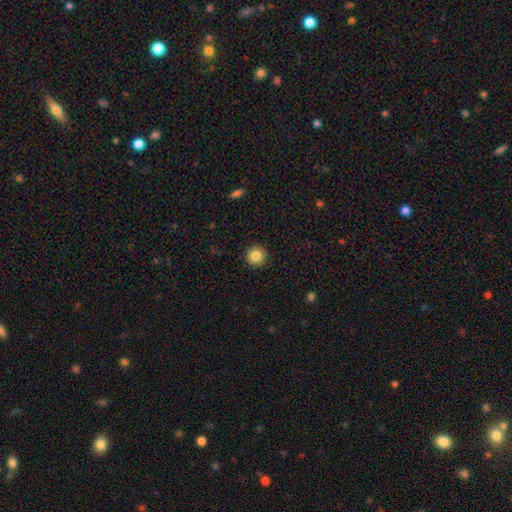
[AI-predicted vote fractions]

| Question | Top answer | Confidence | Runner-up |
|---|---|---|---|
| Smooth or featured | smooth | 83% | star or artifact (9%) |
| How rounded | round | 96% | in between (3%) |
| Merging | none | 93% | minor disturbance (5%) |